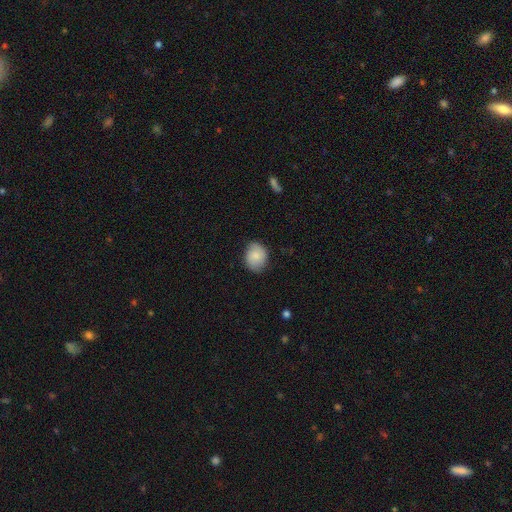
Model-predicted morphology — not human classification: A smooth galaxy with no disk features (82%) that is round (51%).

Vote fractions:
- Smooth or featured? smooth: 82% / featured or disk: 11% / star or artifact: 7%
- How rounded? round: 51% / in between: 48% / cigar-shaped: 1%
- Merging? none: 78% / minor disturbance: 18% / major disturbance: 3% / merger: 1%